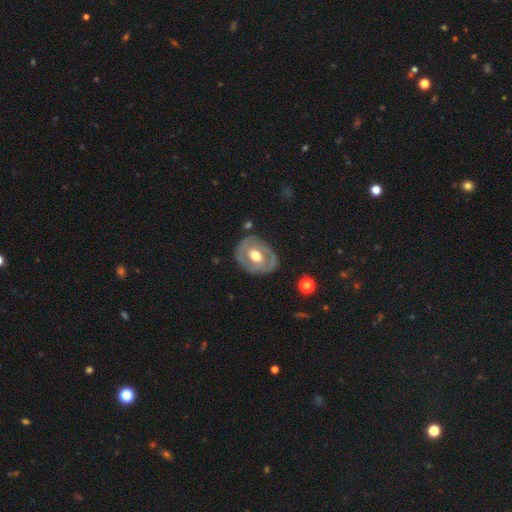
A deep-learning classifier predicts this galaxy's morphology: Q: Smooth or featured?
A: featured or disk (67%); runner-up: smooth (28%)
Q: Edge-on disk?
A: no (95%); runner-up: yes (5%)
Q: Bar?
A: no (55%); runner-up: weak (33%)
Q: Spiral arms?
A: no (58%); runner-up: yes (42%)
Q: Bulge size?
A: moderate (73%); runner-up: large (17%)
Q: Merging?
A: none (74%); runner-up: minor disturbance (18%)